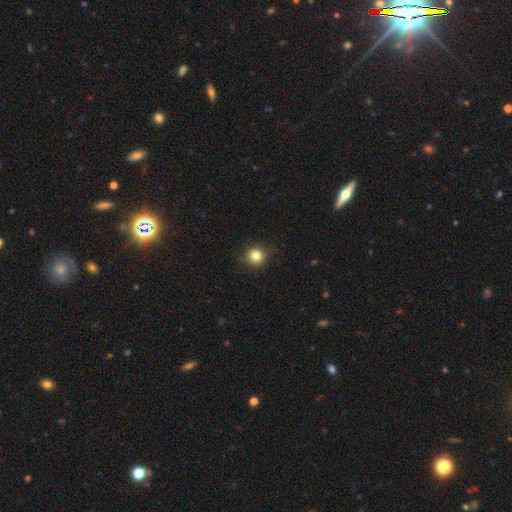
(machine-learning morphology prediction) This is clearly a smooth galaxy (81%). How rounded: clearly round (90%). Merging: clearly none (81%).